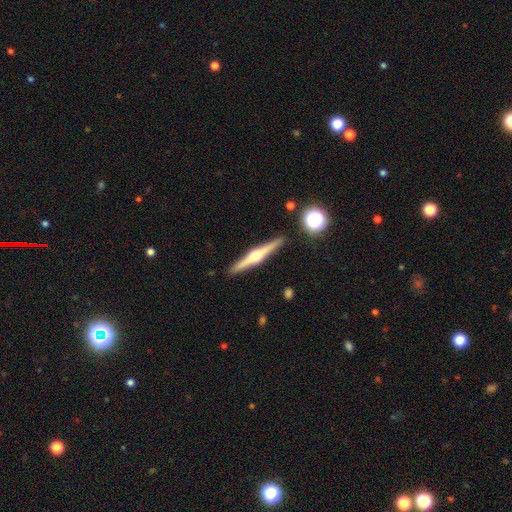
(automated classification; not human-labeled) Smooth or featured? featured or disk (77%)
Edge-on disk? yes (98%)
Edge-on bulge? rounded (93%)
Merging? none (91%)